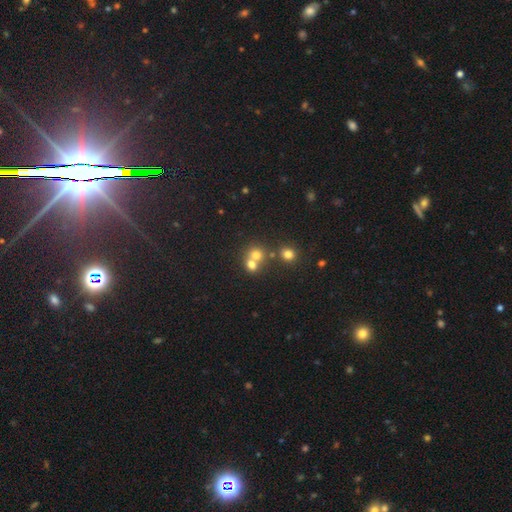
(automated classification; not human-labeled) A smooth galaxy with no disk features (70%) that is round (80%). Merging: merger (52%).